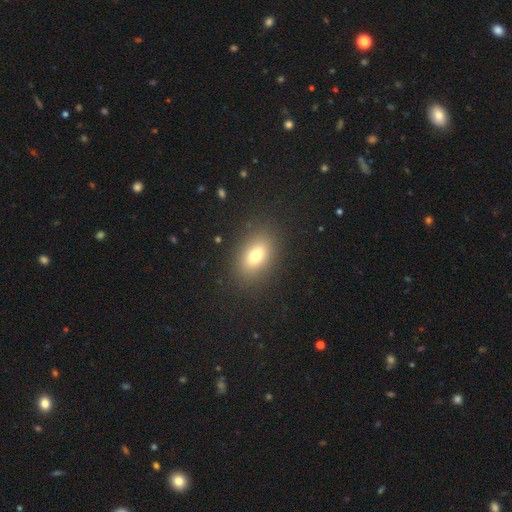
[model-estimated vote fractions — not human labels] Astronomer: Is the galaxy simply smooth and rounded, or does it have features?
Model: smooth — 75%.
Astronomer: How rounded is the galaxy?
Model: in between — 83%.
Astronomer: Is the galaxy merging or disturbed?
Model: none — 87%.